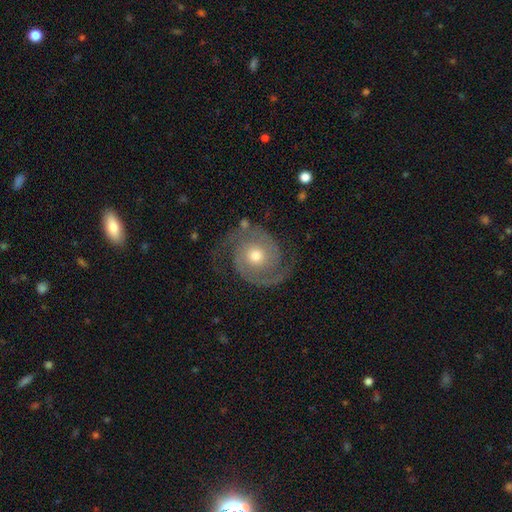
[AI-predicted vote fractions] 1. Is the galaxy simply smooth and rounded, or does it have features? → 91% featured or disk, 5% star or artifact, 4% smooth.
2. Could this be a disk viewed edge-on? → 98% no, 2% yes.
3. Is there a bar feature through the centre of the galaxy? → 77% no, 18% weak, 5% strong.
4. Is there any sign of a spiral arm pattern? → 98% yes, 2% no.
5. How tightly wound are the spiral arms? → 46% tight, 44% medium, 10% loose.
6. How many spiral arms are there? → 94% 2, 2% can't tell, 1% 3, 1% 1, 1% 4, 1% more than 4.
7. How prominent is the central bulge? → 71% moderate, 24% small, 4% large, 1% none, 1% dominant.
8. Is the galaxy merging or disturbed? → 80% none, 13% minor disturbance, 5% major disturbance, 2% merger.